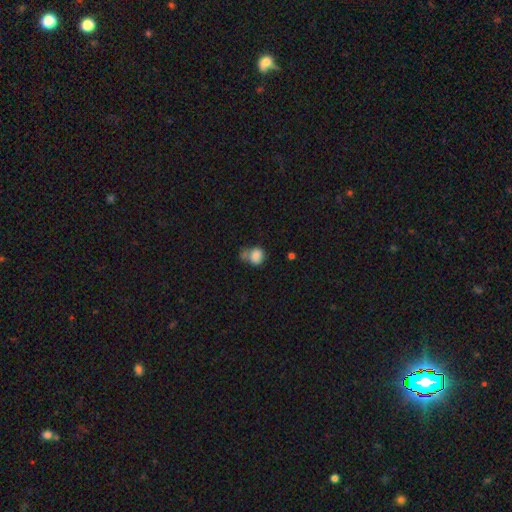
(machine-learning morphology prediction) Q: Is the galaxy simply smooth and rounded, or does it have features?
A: smooth — 81%.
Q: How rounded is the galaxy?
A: round — 68%.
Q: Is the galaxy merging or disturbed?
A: none — 39%.